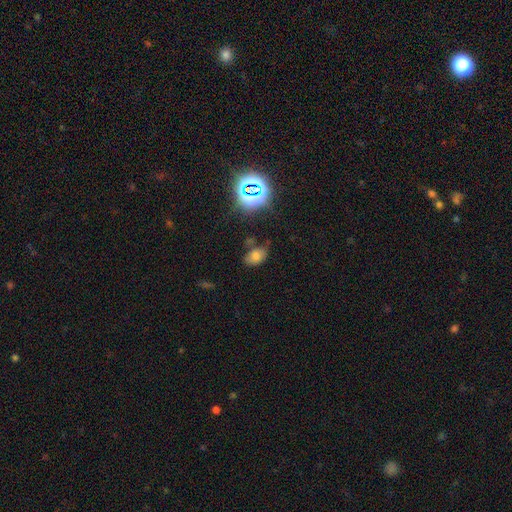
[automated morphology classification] Overall: smooth (63%; star or artifact 25%). How rounded: in between (80%). Merging: none (64%).